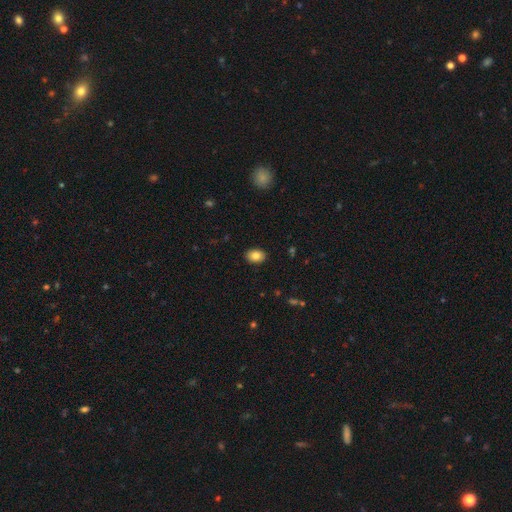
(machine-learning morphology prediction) Overall: smooth (83%). How rounded: in between (78%). Merging: none (89%).